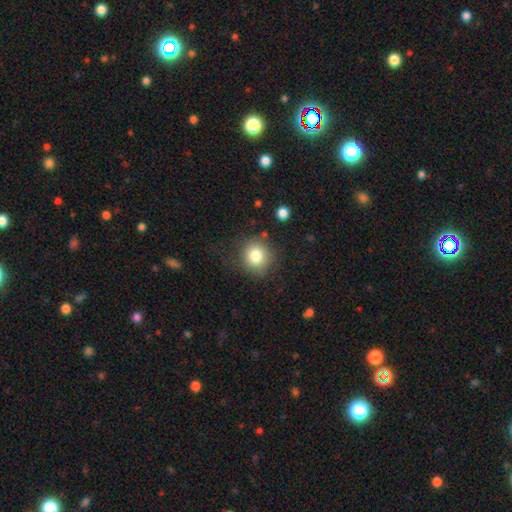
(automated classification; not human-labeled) smooth 81%, star or artifact 10%, featured or disk 9%. Down the decision tree: how rounded — round (89%); merging — none (79%).